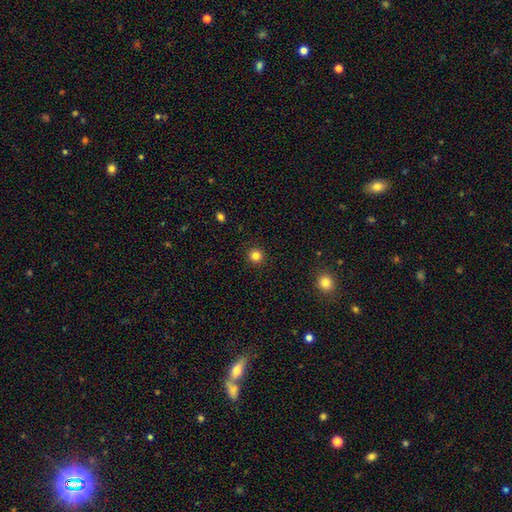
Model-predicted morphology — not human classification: This appears to be a smooth galaxy with no disk features (83%) that is round (95%). Merging: none (92%).